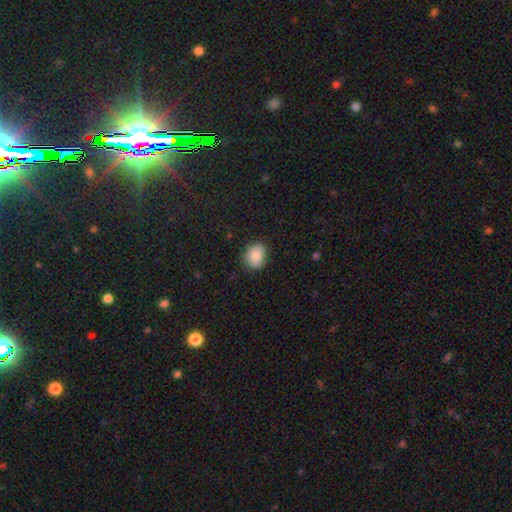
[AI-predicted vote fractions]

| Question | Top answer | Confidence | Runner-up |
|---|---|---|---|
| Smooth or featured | smooth | 85% | star or artifact (8%) |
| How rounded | round | 50% | in between (49%) |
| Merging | none | 79% | minor disturbance (17%) |